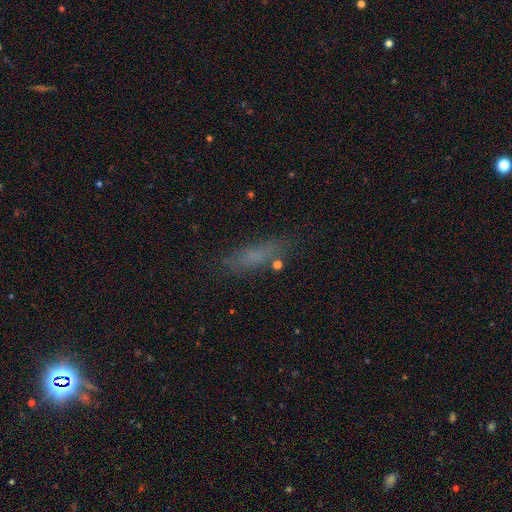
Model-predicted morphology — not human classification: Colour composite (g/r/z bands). It shows a smooth galaxy with no disk features (66%) that is cigar-shaped (65%). Merging: none (75%).